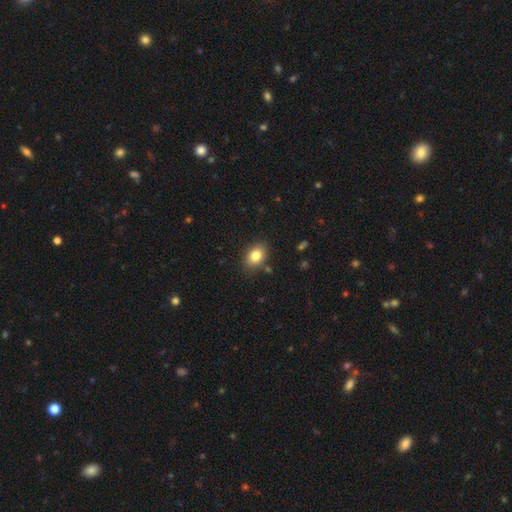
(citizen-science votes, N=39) This is clearly a smooth galaxy (82%). How rounded: clearly in between (84%). Merging: clearly none (95%).